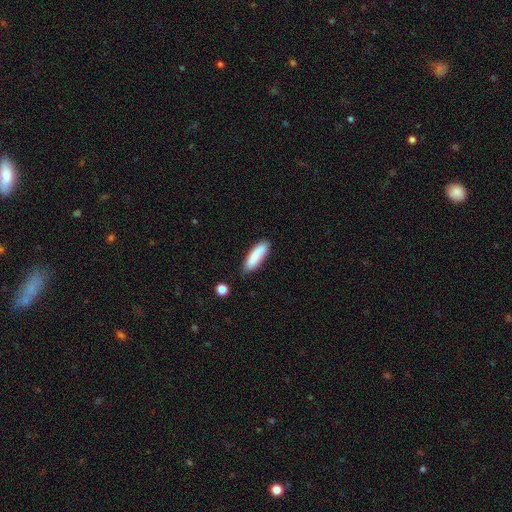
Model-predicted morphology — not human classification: smooth 84%, featured or disk 9%, star or artifact 6%. Down the decision tree: how rounded — cigar-shaped (53%); merging — none (77%).